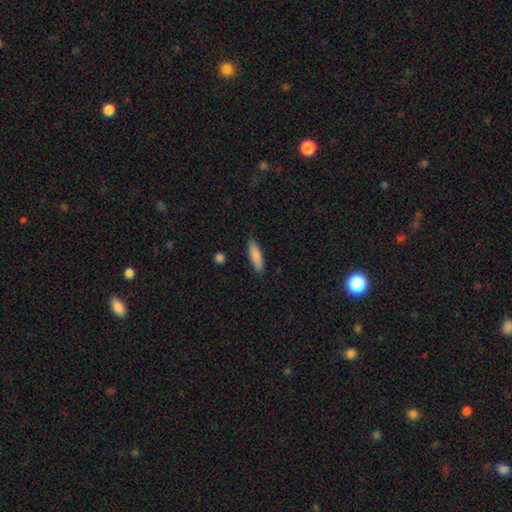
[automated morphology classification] This appears to be a smooth galaxy with no disk features (86%) that is cigar-shaped (60%). Merging: none (86%).